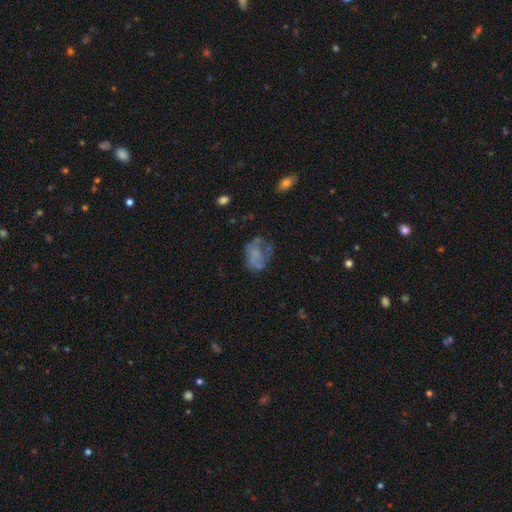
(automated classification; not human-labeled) Smooth or featured: smooth — 44% (featured or disk — 43%)
Merging: none — 41% (major disturbance — 28%)